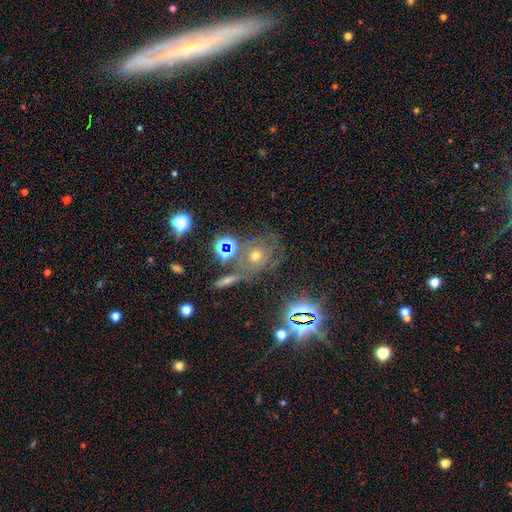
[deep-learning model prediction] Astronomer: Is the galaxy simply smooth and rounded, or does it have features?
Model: smooth — 39% (runner-up: star or artifact, 32%).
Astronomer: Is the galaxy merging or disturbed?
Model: none — 58%.